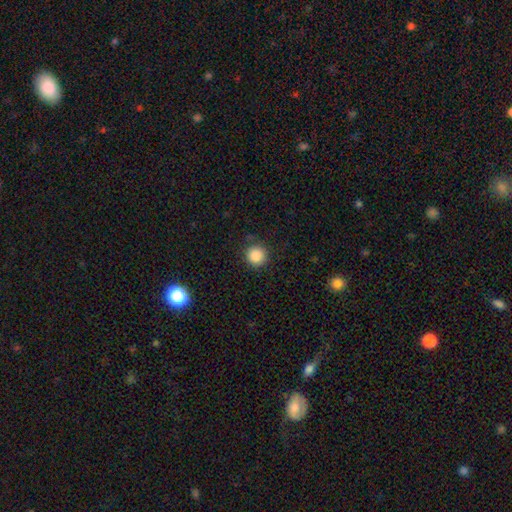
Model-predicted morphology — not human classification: This appears to be a smooth galaxy with no disk features (86%) that is round (94%). Merging: none (86%).